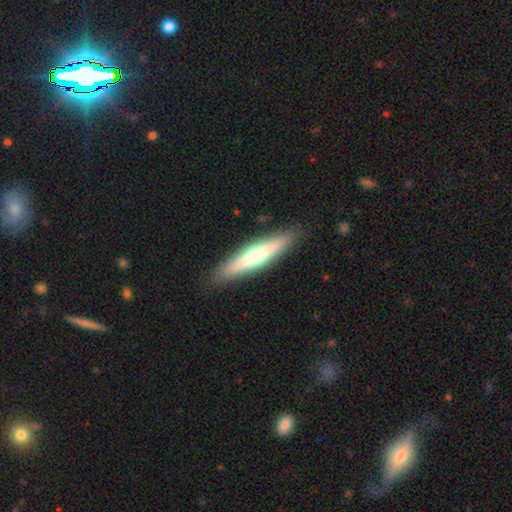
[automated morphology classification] The model was most divided on "smooth or featured": featured or disk: 51%, smooth: 43%, star or artifact: 6%. More confident: edge-on disk — yes (92%); merging — none (89%).